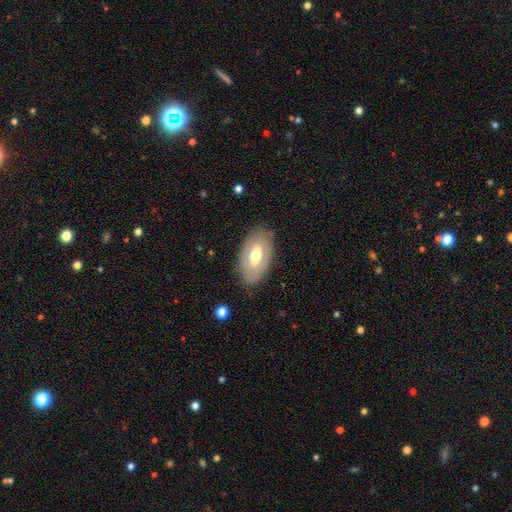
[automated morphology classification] Smooth or featured: smooth — 49% (featured or disk — 45%)
Merging: none — 82% (minor disturbance — 13%)